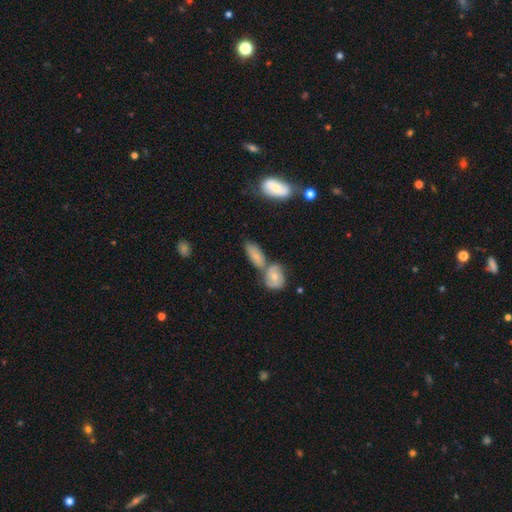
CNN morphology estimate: type=smooth (65%); roundness=in between (84%); merging=none (42%).